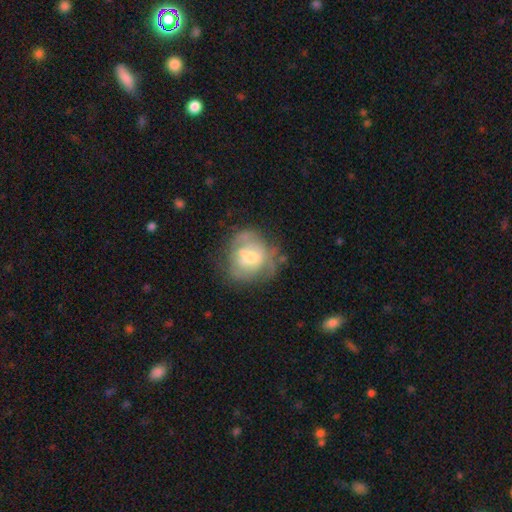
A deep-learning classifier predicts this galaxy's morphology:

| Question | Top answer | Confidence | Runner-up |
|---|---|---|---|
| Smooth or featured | featured or disk | 48% | smooth (43%) |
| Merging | none | 44% | minor disturbance (27%) |